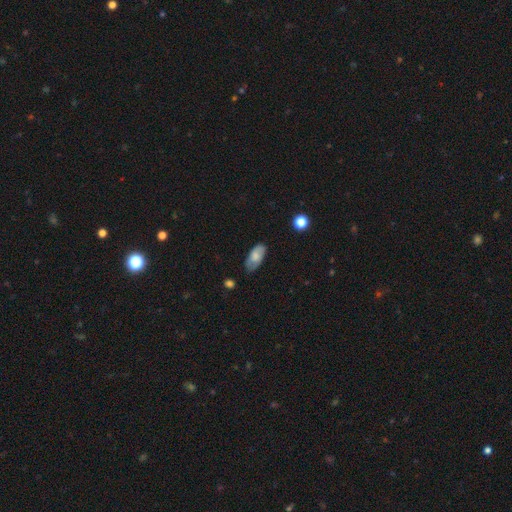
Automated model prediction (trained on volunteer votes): smooth_or_featured: smooth (p=0.71) [alt: featured or disk p=0.22]
how_rounded: in between (p=0.90) [alt: cigar-shaped p=0.07]
merging: none (p=0.72) [alt: minor disturbance p=0.22]